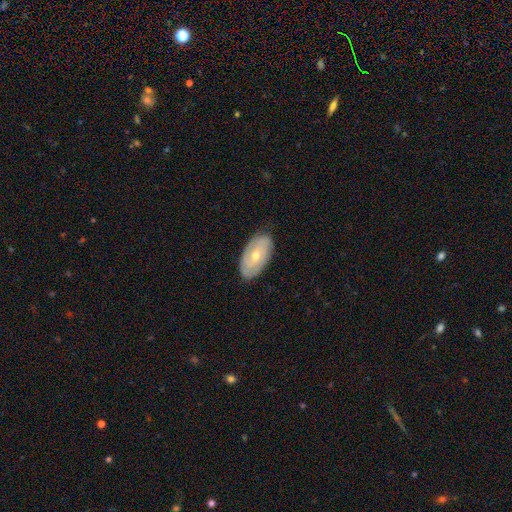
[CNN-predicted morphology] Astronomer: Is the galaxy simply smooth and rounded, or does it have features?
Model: featured or disk — 61%.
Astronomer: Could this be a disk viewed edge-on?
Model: no — 92%.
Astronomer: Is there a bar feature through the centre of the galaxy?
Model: no — 69%.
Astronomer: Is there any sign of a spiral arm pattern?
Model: yes — 74%.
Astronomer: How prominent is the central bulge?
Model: small — 51% (runner-up: moderate, 46%).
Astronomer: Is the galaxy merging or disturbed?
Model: none — 83%.